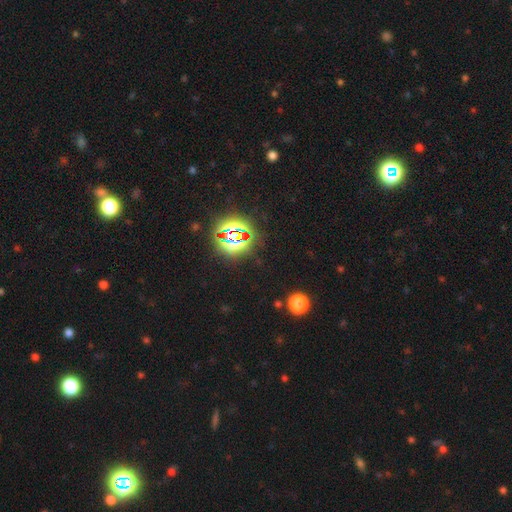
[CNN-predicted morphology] smooth_or_featured: star or artifact (p=0.82) [alt: smooth p=0.11]